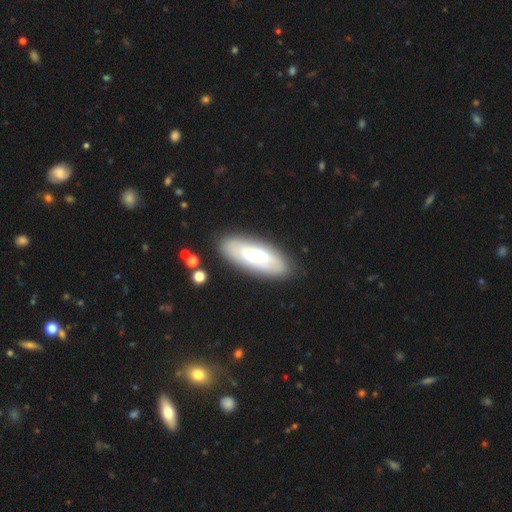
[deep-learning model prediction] Smooth or featured?
  - smooth: 53% *
  - featured or disk: 40%
  - star or artifact: 6%
How rounded?
  - in between: 68% *
  - cigar-shaped: 30%
  - round: 2%
Merging?
  - none: 82% *
  - minor disturbance: 12%
  - major disturbance: 3%
  - merger: 2%